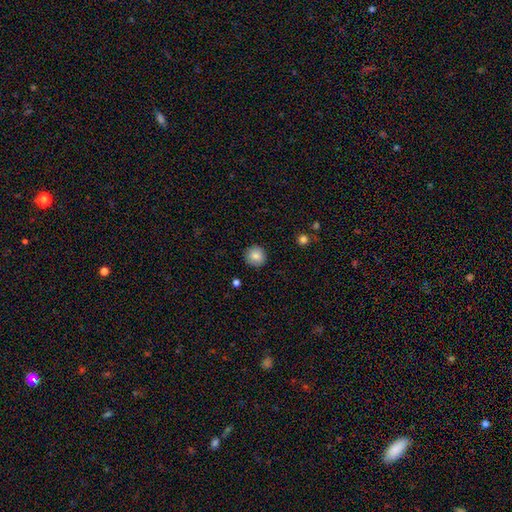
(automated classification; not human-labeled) Overall: smooth (85%). How rounded: round (94%). Merging: none (90%).